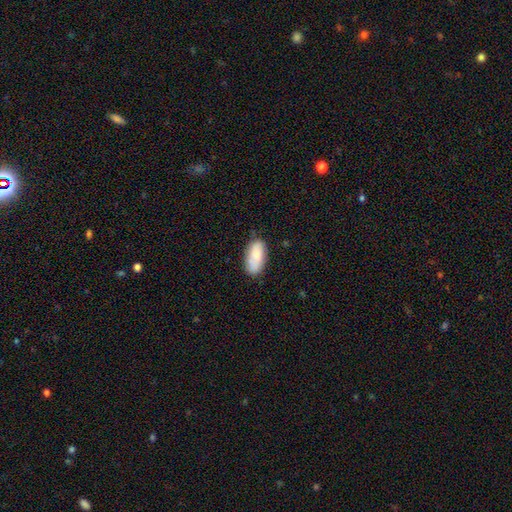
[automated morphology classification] Overall: smooth (82%). How rounded: in between (90%). Merging: none (74%).